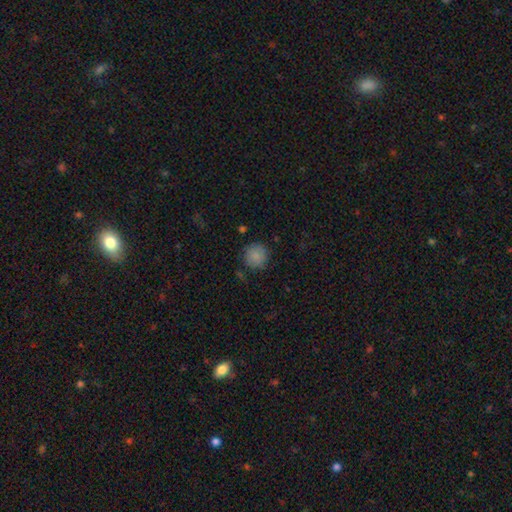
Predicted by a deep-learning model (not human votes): A smooth galaxy with no disk features (86%) that is round (93%).

Vote fractions:
- Smooth or featured? smooth: 86% / star or artifact: 9% / featured or disk: 6%
- How rounded? round: 93% / in between: 6% / cigar-shaped: 1%
- Merging? none: 81% / minor disturbance: 13% / major disturbance: 4% / merger: 2%